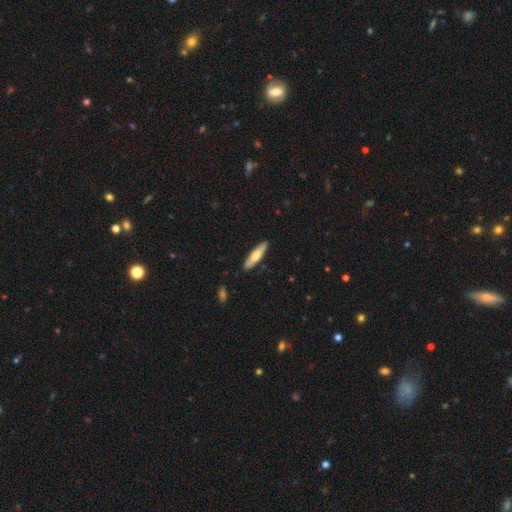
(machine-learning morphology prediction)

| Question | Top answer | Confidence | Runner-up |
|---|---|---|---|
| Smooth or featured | smooth | 64% | featured or disk (31%) |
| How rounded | cigar-shaped | 75% | in between (24%) |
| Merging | none | 89% | minor disturbance (8%) |